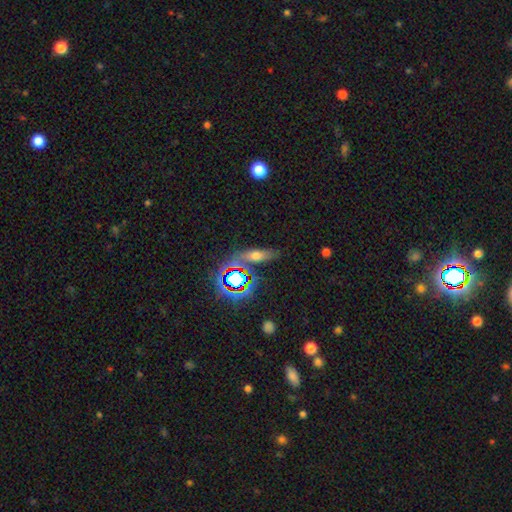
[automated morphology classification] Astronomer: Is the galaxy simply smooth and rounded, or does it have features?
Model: smooth — 50% (runner-up: star or artifact, 30%).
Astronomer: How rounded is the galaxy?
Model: in between — 48% (runner-up: cigar-shaped, 42%).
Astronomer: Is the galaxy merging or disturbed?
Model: none — 77%.